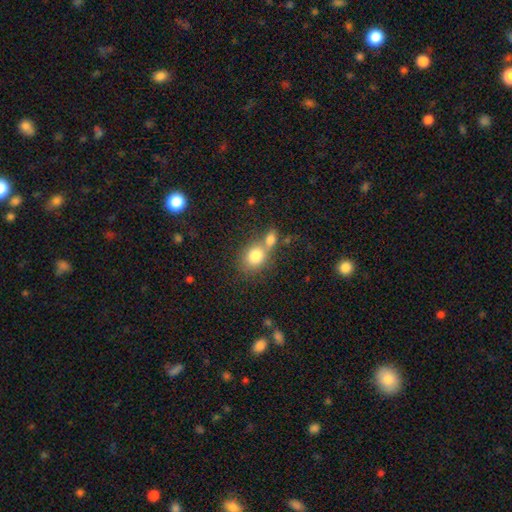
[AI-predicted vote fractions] Smooth or featured: smooth — 80% (featured or disk — 11%)
How rounded: round — 53% (in between — 45%)
Merging: merger — 49% (none — 37%)